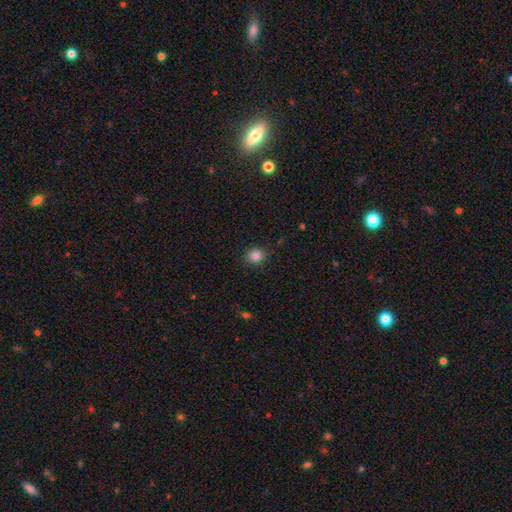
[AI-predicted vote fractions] The model was most divided on "how rounded": round: 84%, in between: 15%, cigar-shaped: 1%. More confident: merging — none (88%); smooth or featured — smooth (83%).